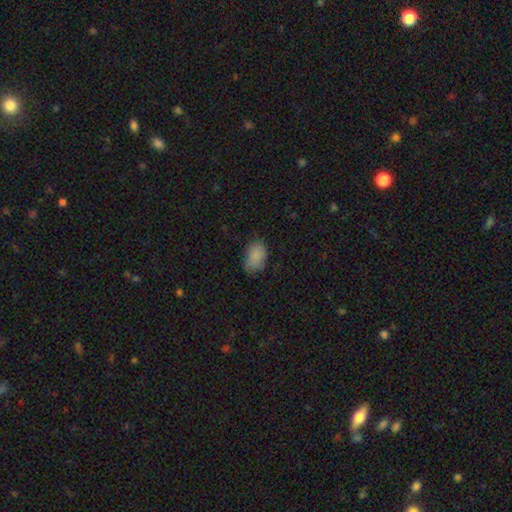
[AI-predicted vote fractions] Smooth or featured? smooth (85%)
How rounded? in between (83%)
Merging? none (70%)